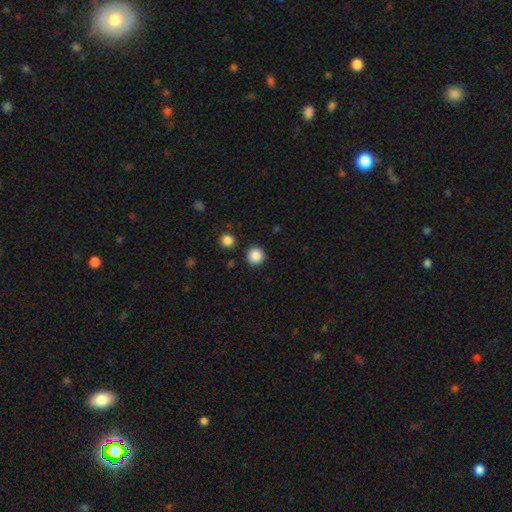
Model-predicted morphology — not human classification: Smooth or featured: smooth — 87% (star or artifact — 10%)
How rounded: round — 95% (in between — 4%)
Merging: none — 90% (minor disturbance — 6%)